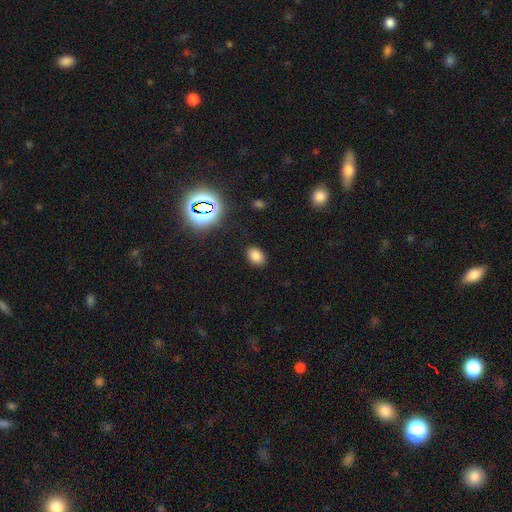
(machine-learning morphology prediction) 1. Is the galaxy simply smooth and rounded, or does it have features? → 78% smooth, 16% star or artifact, 5% featured or disk.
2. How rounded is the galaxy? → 73% in between, 26% round, 1% cigar-shaped.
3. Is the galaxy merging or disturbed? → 87% none, 9% minor disturbance, 3% major disturbance, 1% merger.